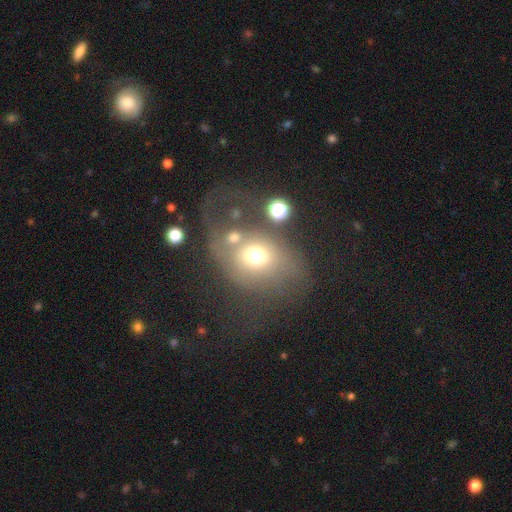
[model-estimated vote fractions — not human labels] This is likely a smooth galaxy (61%). How rounded: possibly round (56%). Merging: marginally major disturbance (33%).